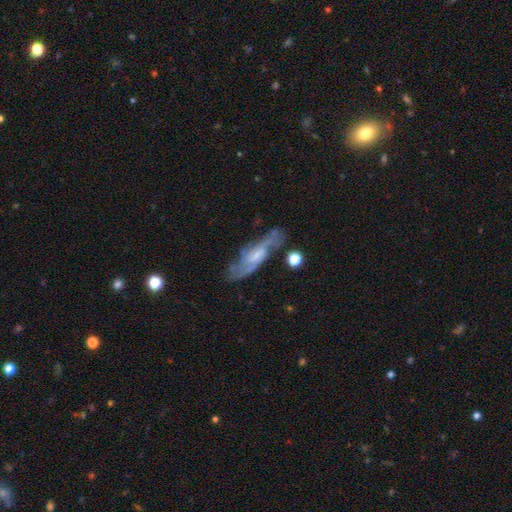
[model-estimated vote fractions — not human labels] A featured or disk galaxy (75%) with no bar (48%), spiral arms (88%) and a small central bulge (57%).

Vote fractions:
- Smooth or featured? featured or disk: 75% / smooth: 18% / star or artifact: 7%
- Edge-on disk? no: 75% / yes: 25%
- Bar? no: 48% / weak: 40% / strong: 12%
- Spiral arms? yes: 88% / no: 12%
- Bulge size? small: 57% / moderate: 25% / none: 14% / large: 3% / dominant: 1%
- Merging? none: 65% / minor disturbance: 20% / major disturbance: 10% / merger: 4%